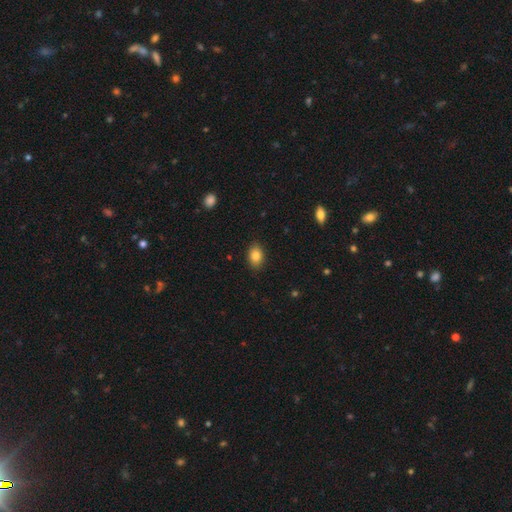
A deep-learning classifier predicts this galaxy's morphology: A smooth galaxy with no disk features (84%) that is in between round and cigar-shaped (81%). Merging: none (87%).